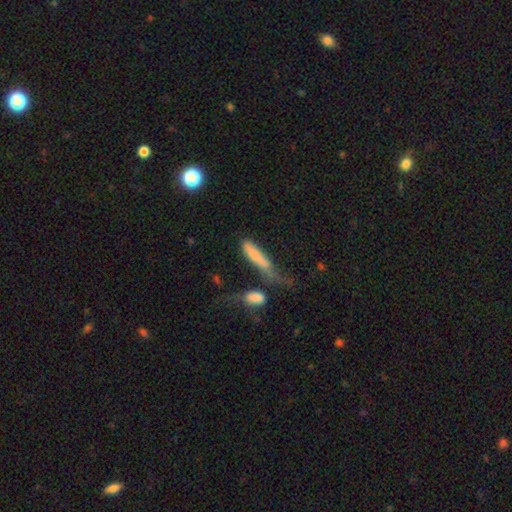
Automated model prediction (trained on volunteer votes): A smooth galaxy with no disk features (72%) that is cigar-shaped (76%). Merging: major disturbance (30%).